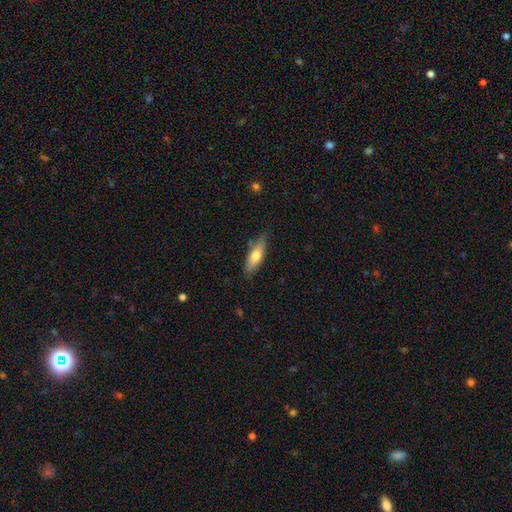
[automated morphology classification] A smooth galaxy with no disk features (67%) that is in between round and cigar-shaped (51%). Merging: none (78%).